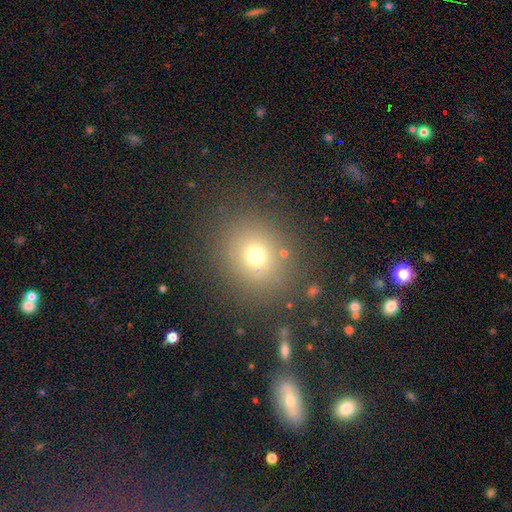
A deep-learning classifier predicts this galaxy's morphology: A smooth galaxy with no disk features (69%) that is round (79%).

Vote fractions:
- Smooth or featured? smooth: 69% / star or artifact: 19% / featured or disk: 11%
- How rounded? round: 79% / in between: 20% / cigar-shaped: 1%
- Merging? none: 84% / minor disturbance: 9% / major disturbance: 5% / merger: 3%